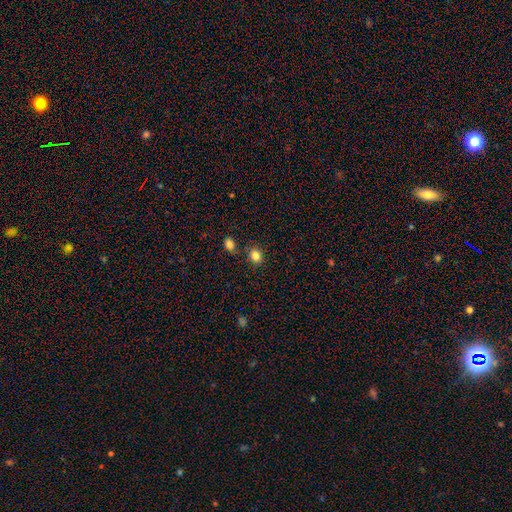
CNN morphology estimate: Q: Smooth or featured?
A: smooth (84%); runner-up: star or artifact (11%)
Q: How rounded?
A: round (56%); runner-up: in between (43%)
Q: Merging?
A: none (76%); runner-up: minor disturbance (12%)